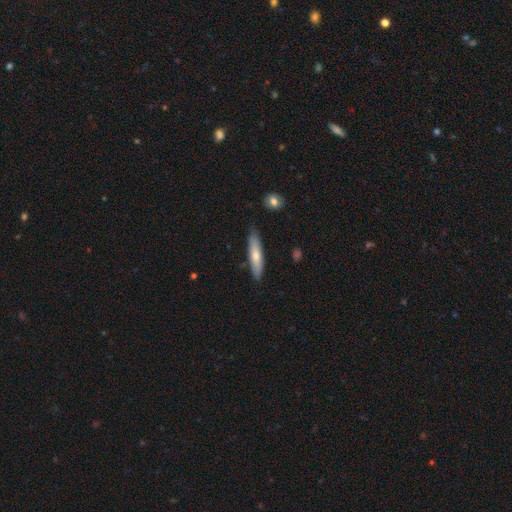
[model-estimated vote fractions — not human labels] Smooth or featured? smooth (65%)
How rounded? cigar-shaped (81%)
Merging? none (85%)